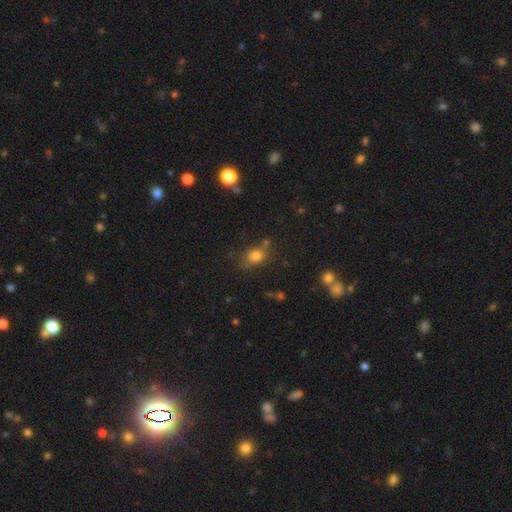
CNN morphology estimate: Smooth or featured: smooth — 77% (star or artifact — 15%)
How rounded: round — 49% (tied with in between — 49%)
Merging: none — 67% (minor disturbance — 18%)